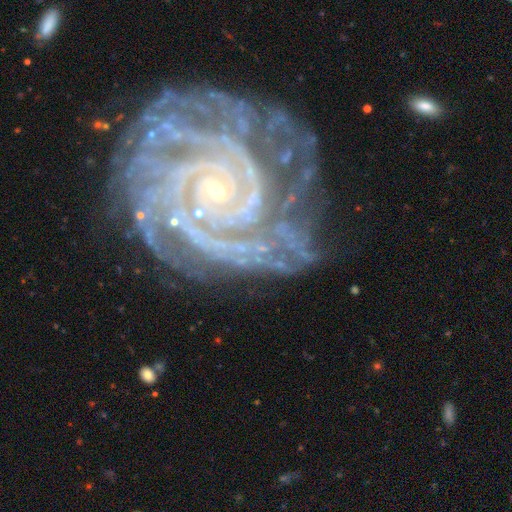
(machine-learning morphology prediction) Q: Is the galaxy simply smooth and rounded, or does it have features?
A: featured or disk — 91%.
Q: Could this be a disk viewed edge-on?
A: no — 98%.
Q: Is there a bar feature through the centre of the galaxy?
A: no — 71%.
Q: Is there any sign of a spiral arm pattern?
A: yes — 98%.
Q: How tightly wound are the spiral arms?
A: tight — 80%.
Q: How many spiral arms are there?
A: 2 — 22%.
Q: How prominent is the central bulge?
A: small — 86%.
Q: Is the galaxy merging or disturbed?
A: none — 68%.